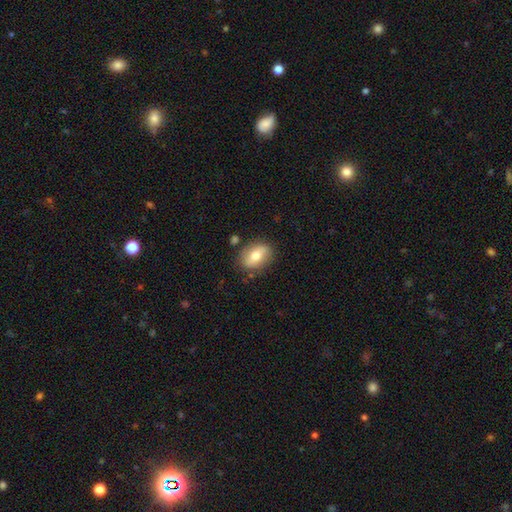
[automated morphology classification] Smooth or featured: smooth — 65% (featured or disk — 28%)
How rounded: in between — 78% (round — 20%)
Merging: none — 80% (minor disturbance — 14%)